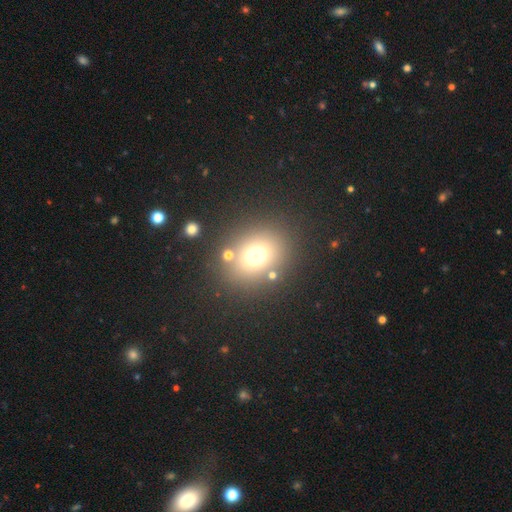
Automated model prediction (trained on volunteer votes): Overall: smooth (68%). How rounded: round (72%). Merging: none (77%).